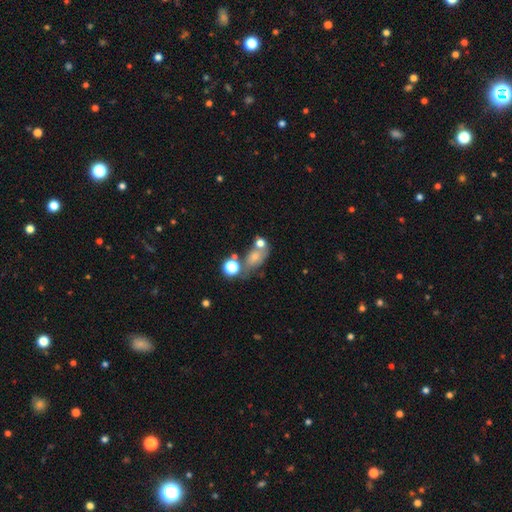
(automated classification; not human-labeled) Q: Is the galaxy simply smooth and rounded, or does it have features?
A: smooth — 49%.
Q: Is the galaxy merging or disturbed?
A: none — 41%.